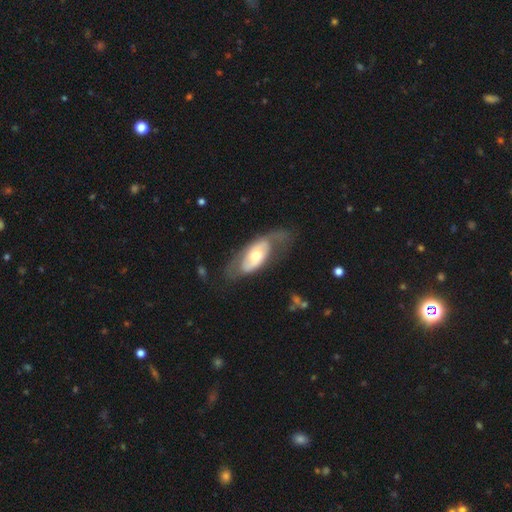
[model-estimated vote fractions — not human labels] featured or disk 63%, smooth 32%, star or artifact 5%. Down the decision tree: edge-on disk — no (87%); bar — no (66%); spiral arms — yes (58%); bulge size — moderate (67%); merging — none (53%).